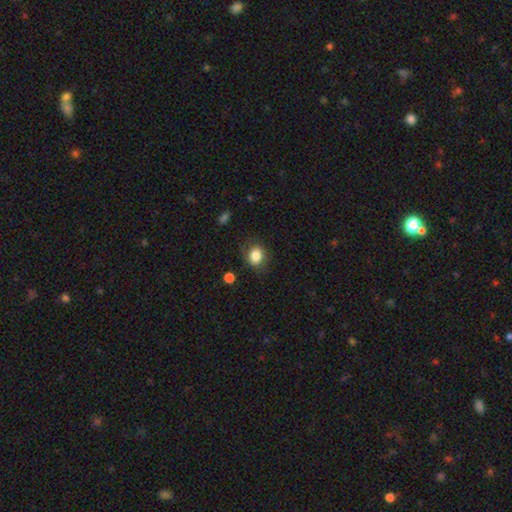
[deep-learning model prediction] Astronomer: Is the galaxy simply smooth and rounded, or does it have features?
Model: smooth — 82%.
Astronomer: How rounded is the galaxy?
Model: round — 50% (runner-up: in between, 49%).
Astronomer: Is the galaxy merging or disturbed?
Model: none — 75%.